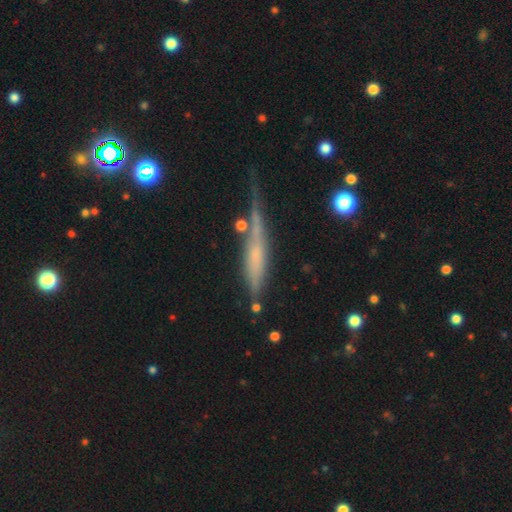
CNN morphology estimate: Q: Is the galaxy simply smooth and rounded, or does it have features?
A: featured or disk — 46%.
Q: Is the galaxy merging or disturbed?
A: none — 51%.